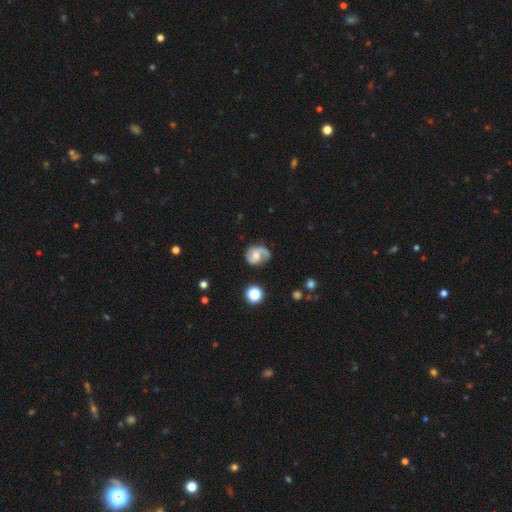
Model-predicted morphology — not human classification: featured or disk 74%, smooth 18%, star or artifact 7%. Down the decision tree: edge-on disk — no (98%); bar — no (59%); spiral arms — yes (94%); spiral arm count — 2 (65%); spiral winding — medium (46%); bulge size — moderate (51%); merging — none (65%).